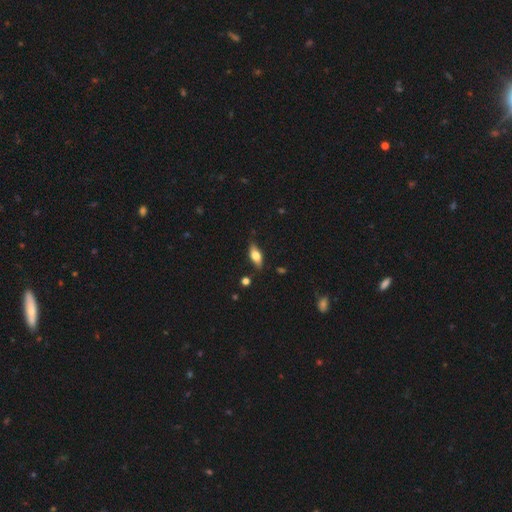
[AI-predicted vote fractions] The model was most divided on "smooth or featured": smooth: 58%, featured or disk: 35%, star or artifact: 7%. More confident: merging — none (77%); how rounded — in between (76%).